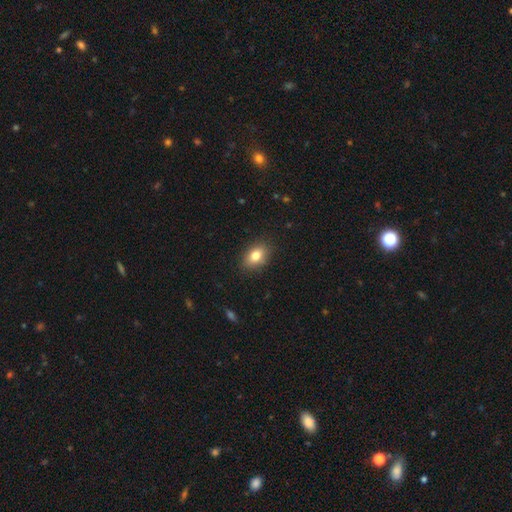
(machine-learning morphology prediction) Q: Smooth or featured?
A: smooth (81%); runner-up: featured or disk (10%)
Q: How rounded?
A: in between (81%); runner-up: round (17%)
Q: Merging?
A: none (87%); runner-up: minor disturbance (10%)